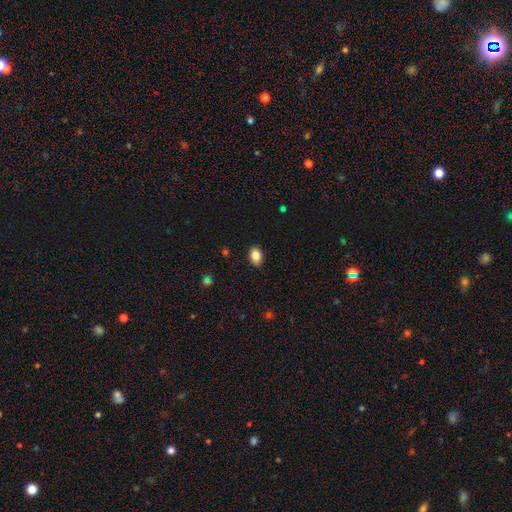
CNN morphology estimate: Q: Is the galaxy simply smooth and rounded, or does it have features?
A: smooth — 84%.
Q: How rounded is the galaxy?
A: in between — 83%.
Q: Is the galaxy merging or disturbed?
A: none — 88%.